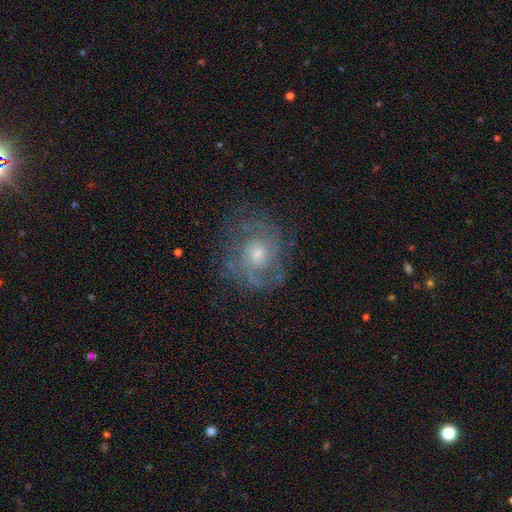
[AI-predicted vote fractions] Smooth or featured?
  - featured or disk: 73% *
  - smooth: 15%
  - star or artifact: 12%
Edge-on disk?
  - no: 97% *
  - yes: 3%
Bar?
  - no: 74% *
  - weak: 22%
  - strong: 4%
Spiral arms?
  - yes: 89% *
  - no: 11%
Spiral winding?
  - tight: 54% *
  - medium: 36%
  - loose: 10%
Spiral arm count?
  - 2: 38% *
  - can't tell: 33%
  - 3: 14%
  - 4: 5%
  - 1: 5%
  - more than 4: 4%
Bulge size?
  - moderate: 53% *
  - small: 38%
  - large: 6%
  - none: 2%
  - dominant: 1%
Merging?
  - none: 75% *
  - minor disturbance: 15%
  - major disturbance: 8%
  - merger: 1%